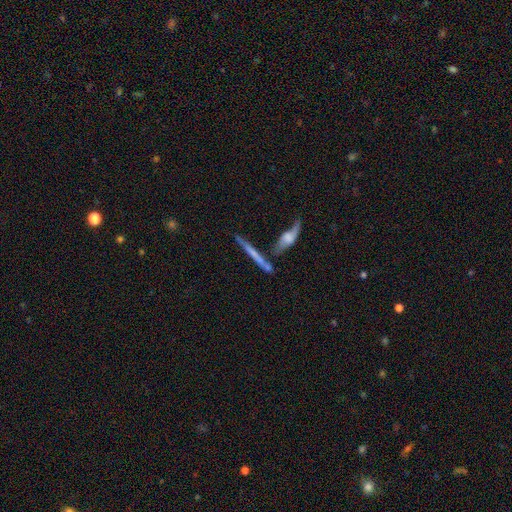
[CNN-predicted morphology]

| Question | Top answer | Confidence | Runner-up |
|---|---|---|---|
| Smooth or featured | featured or disk | 58% | smooth (33%) |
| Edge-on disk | yes | 88% | no (12%) |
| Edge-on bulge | none | 50% | rounded (37%) |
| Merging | none | 60% | merger (21%) |